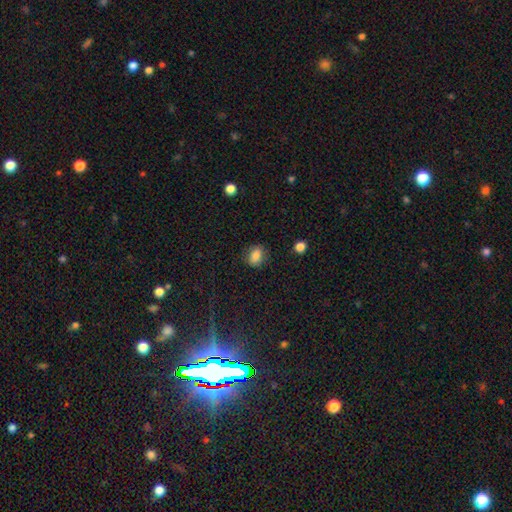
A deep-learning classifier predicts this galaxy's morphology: This appears to be a smooth galaxy with no disk features (83%) that is in between round and cigar-shaped (68%). Merging: none (79%).